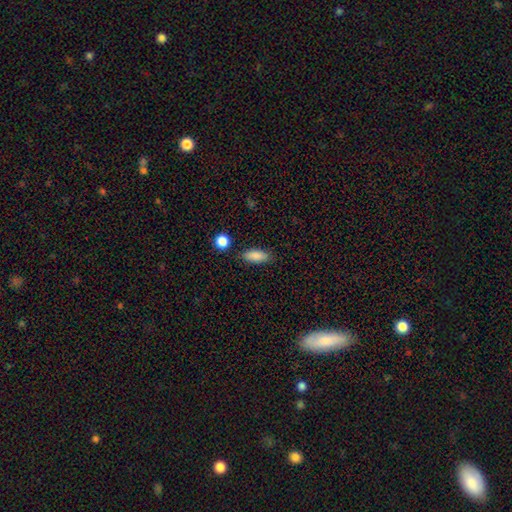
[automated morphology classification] smooth-or-featured: smooth: 87% | star or artifact: 8% | featured or disk: 5%
  how-rounded: in between: 76% | cigar-shaped: 20% | round: 3%
  merging: none: 85% | minor disturbance: 10% | merger: 3% | major disturbance: 3%